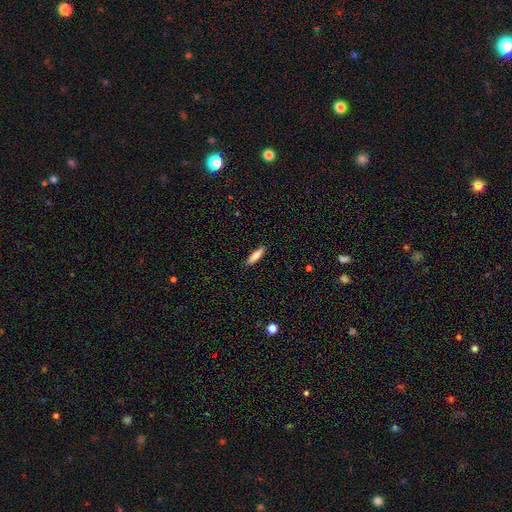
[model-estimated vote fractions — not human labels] Q: Smooth or featured?
A: smooth (76%); runner-up: featured or disk (17%)
Q: How rounded?
A: cigar-shaped (66%); runner-up: in between (32%)
Q: Merging?
A: none (89%); runner-up: minor disturbance (8%)